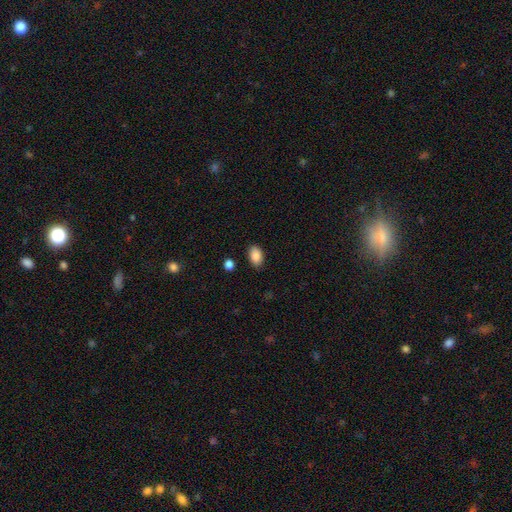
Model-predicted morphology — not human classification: This is clearly a smooth galaxy (88%). How rounded: clearly in between (89%). Merging: clearly none (85%).